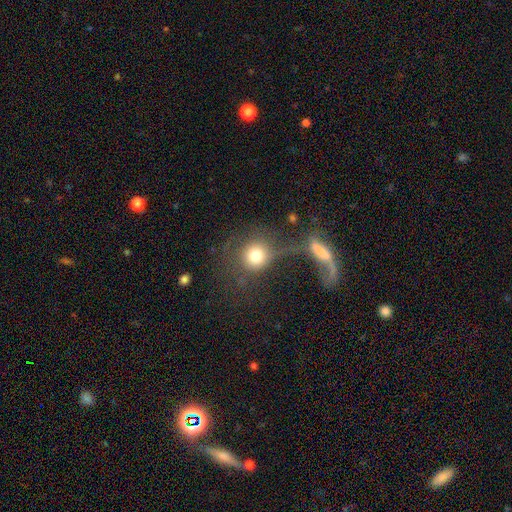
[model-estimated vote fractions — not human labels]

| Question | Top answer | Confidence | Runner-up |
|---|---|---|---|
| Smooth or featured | smooth | 74% | featured or disk (14%) |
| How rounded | round | 86% | in between (12%) |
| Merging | none | 48% | merger (23%) |